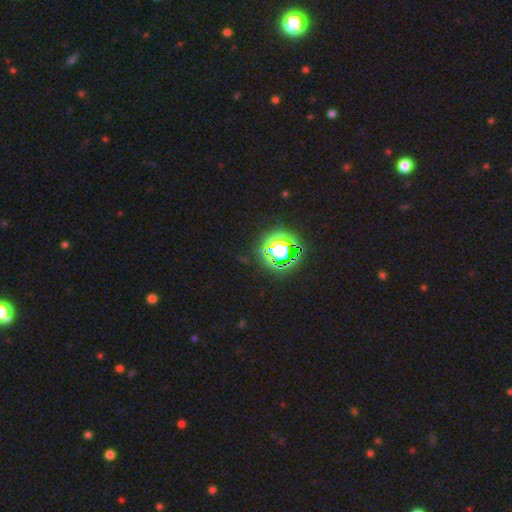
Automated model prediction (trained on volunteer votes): A star or artifact, not a galaxy (83%).

Vote fractions:
- Smooth or featured? star or artifact: 83% / smooth: 11% / featured or disk: 6%